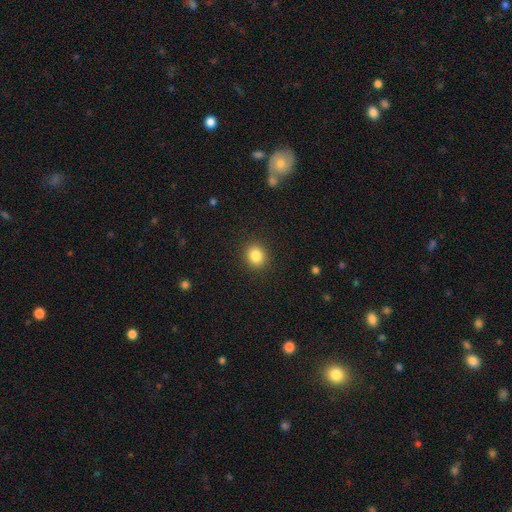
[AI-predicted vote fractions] This is clearly a smooth galaxy (85%). How rounded: likely round (75%). Merging: clearly none (90%).